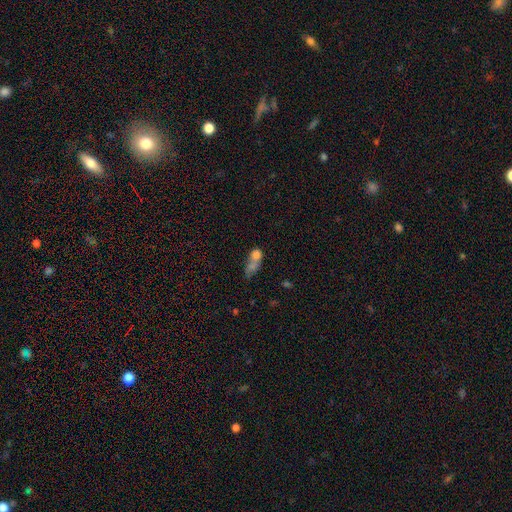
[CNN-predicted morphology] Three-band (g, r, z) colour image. It shows a smooth galaxy with no disk features (68%) that is in between round and cigar-shaped (58%). Merging: merger (56%).